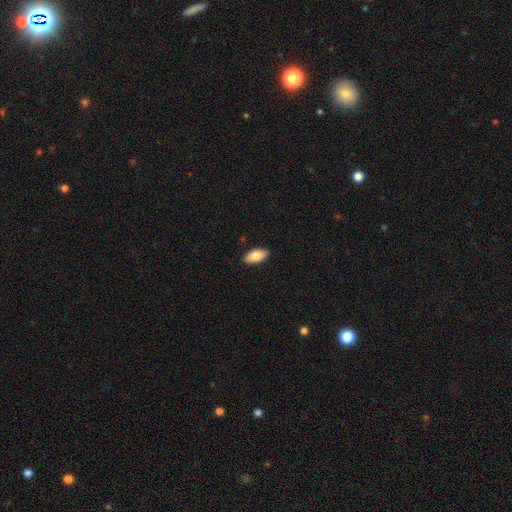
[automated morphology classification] Smooth or featured?
  - smooth: 84% *
  - featured or disk: 10%
  - star or artifact: 6%
How rounded?
  - in between: 91% *
  - cigar-shaped: 7%
  - round: 2%
Merging?
  - none: 89% *
  - minor disturbance: 8%
  - major disturbance: 2%
  - merger: 1%